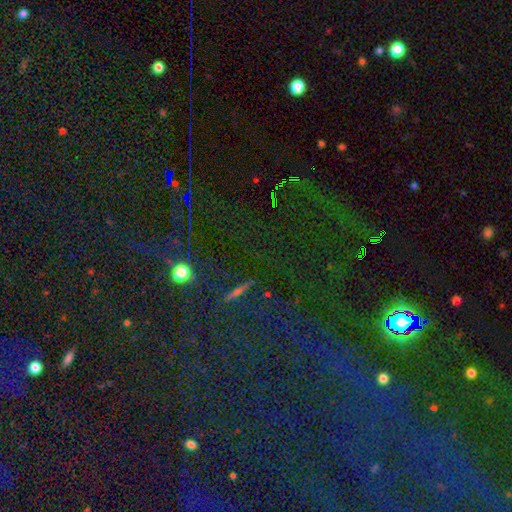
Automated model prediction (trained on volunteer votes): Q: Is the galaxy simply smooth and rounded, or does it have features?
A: star or artifact — 75%.